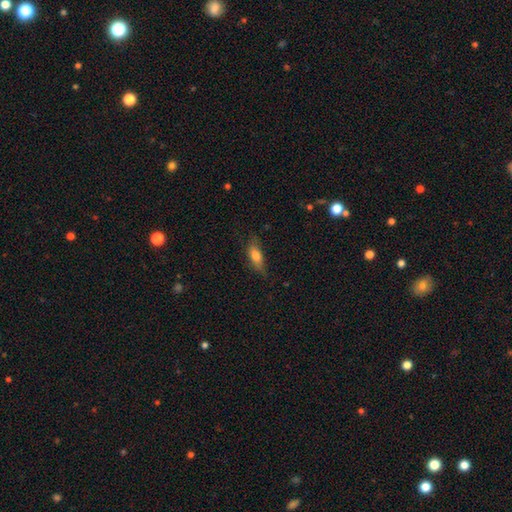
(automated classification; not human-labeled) Q: Smooth or featured?
A: smooth (74%); runner-up: featured or disk (18%)
Q: How rounded?
A: in between (67%); runner-up: cigar-shaped (30%)
Q: Merging?
A: none (68%); runner-up: minor disturbance (24%)